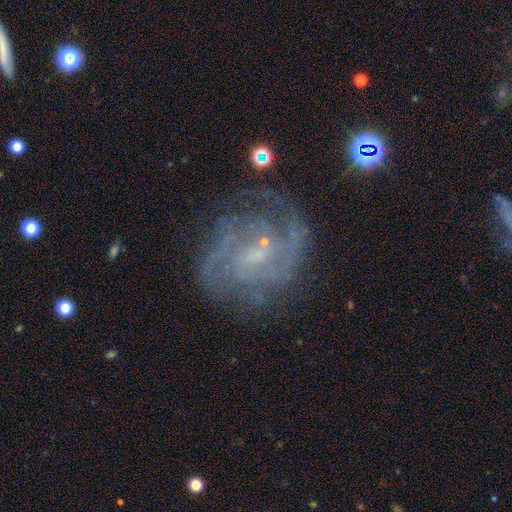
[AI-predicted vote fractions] Smooth or featured?
  - featured or disk: 82% *
  - star or artifact: 9%
  - smooth: 8%
Edge-on disk?
  - no: 98% *
  - yes: 2%
Bar?
  - weak: 51% *
  - no: 37%
  - strong: 12%
Spiral arms?
  - yes: 94% *
  - no: 6%
Spiral winding?
  - tight: 48% *
  - medium: 41%
  - loose: 10%
Spiral arm count?
  - 2: 37% *
  - can't tell: 28%
  - 3: 17%
  - 4: 8%
  - 1: 6%
  - more than 4: 5%
Bulge size?
  - small: 63% *
  - none: 19%
  - moderate: 15%
  - large: 1%
  - dominant: 1%
Merging?
  - none: 71% *
  - minor disturbance: 17%
  - major disturbance: 10%
  - merger: 2%